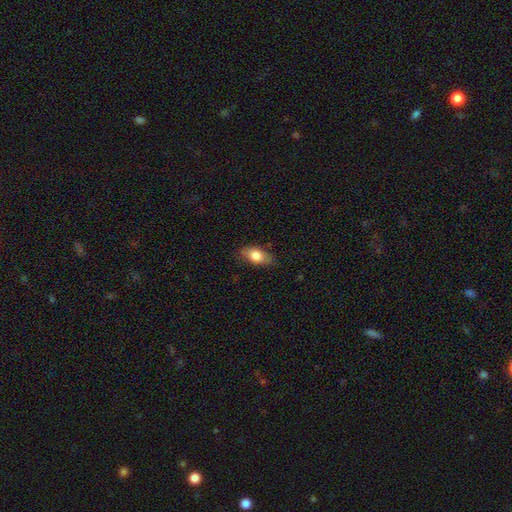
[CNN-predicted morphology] smooth-or-featured: smooth: 79% | featured or disk: 14% | star or artifact: 7%
  how-rounded: in between: 87% | cigar-shaped: 8% | round: 5%
  merging: none: 80% | minor disturbance: 16% | major disturbance: 3% | merger: 1%